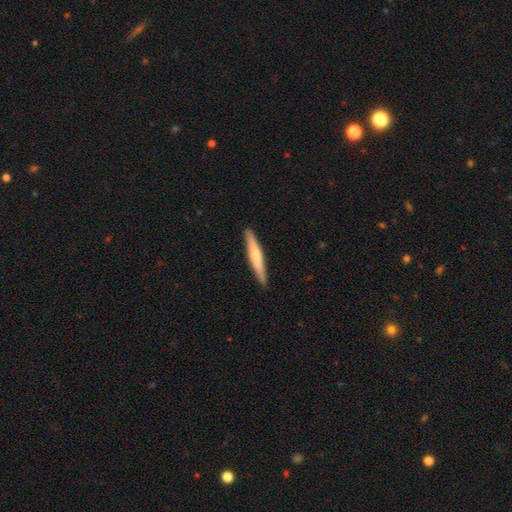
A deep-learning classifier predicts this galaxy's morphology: This is possibly a smooth galaxy (55%). How rounded: clearly cigar-shaped (94%). Merging: clearly none (91%).